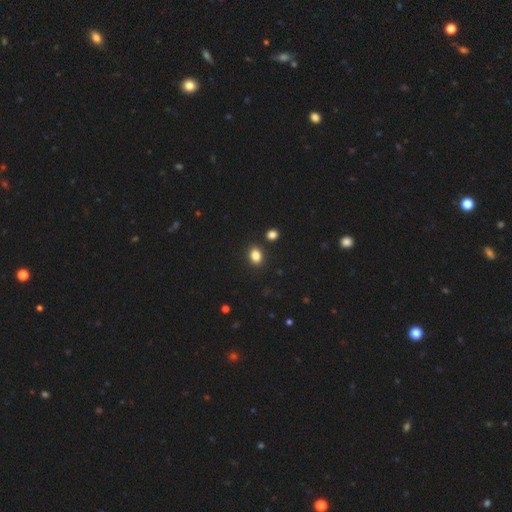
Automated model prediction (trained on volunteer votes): Smooth or featured? Predicted: smooth (p=0.85). How rounded? Predicted: in between (p=0.68). Merging? Predicted: none (p=0.85).